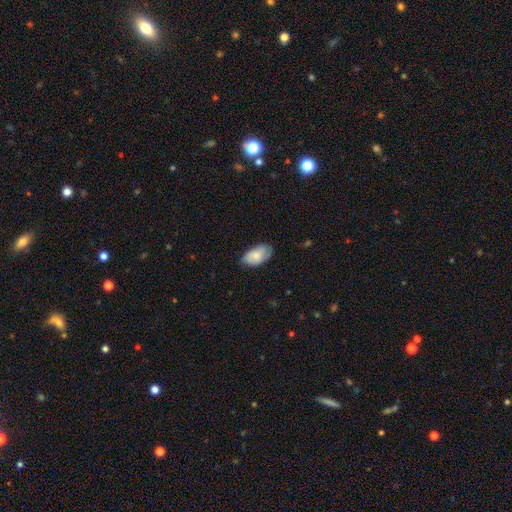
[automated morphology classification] Smooth or featured? smooth (73%)
How rounded? in between (94%)
Merging? none (70%)